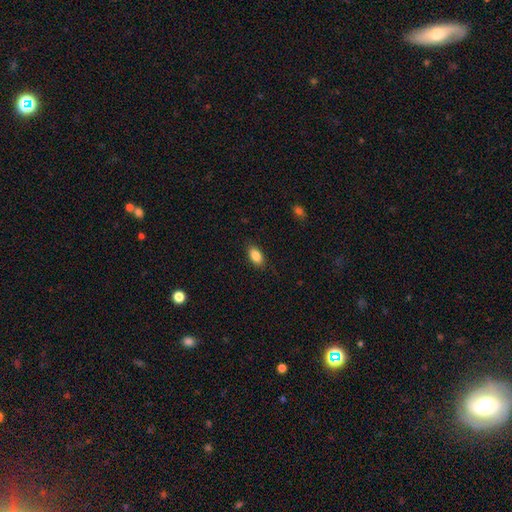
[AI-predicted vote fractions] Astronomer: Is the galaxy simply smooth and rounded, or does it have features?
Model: smooth — 87%.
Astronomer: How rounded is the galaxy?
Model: in between — 91%.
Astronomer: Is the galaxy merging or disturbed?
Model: none — 86%.